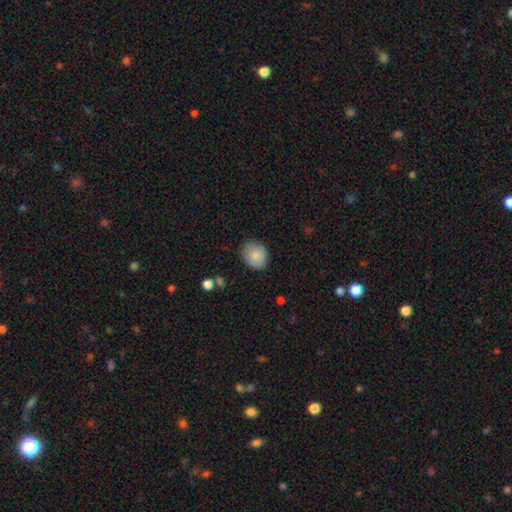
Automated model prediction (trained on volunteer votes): smooth 85%, featured or disk 8%, star or artifact 7%. Down the decision tree: how rounded — round (58%); merging — none (78%).